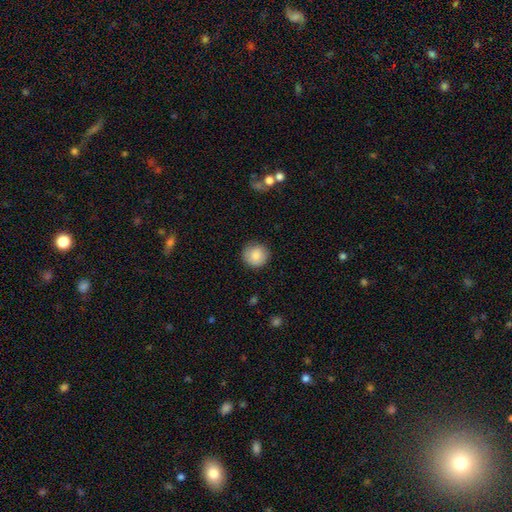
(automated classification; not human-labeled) Smooth or featured? Predicted: smooth (p=0.84). How rounded? Predicted: round (p=0.93). Merging? Predicted: none (p=0.86).